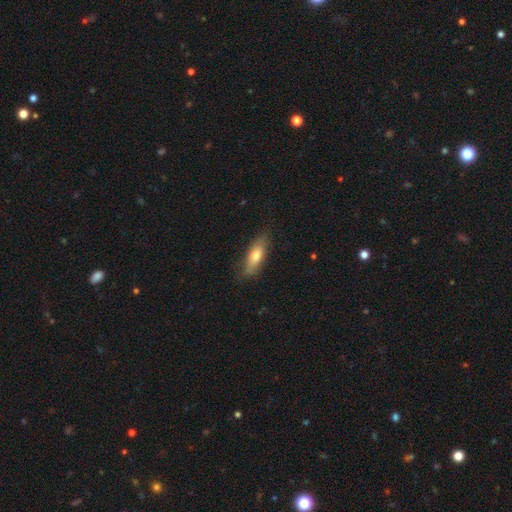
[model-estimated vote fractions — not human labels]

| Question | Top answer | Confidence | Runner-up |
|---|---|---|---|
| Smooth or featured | smooth | 69% | featured or disk (24%) |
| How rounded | in between | 60% | cigar-shaped (37%) |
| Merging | none | 78% | minor disturbance (17%) |